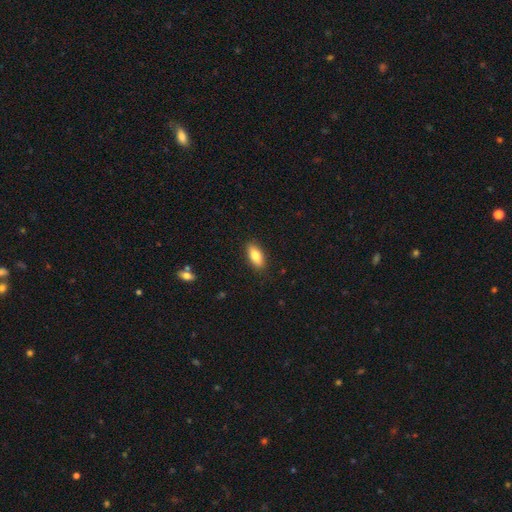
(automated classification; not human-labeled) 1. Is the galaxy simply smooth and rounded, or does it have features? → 79% smooth, 14% featured or disk, 7% star or artifact.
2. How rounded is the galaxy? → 83% in between, 14% cigar-shaped, 3% round.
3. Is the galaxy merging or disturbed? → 88% none, 9% minor disturbance, 2% major disturbance, 1% merger.